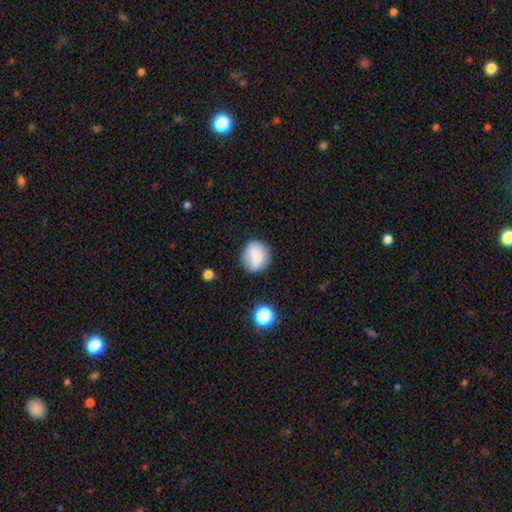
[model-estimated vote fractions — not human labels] The model was most divided on "how rounded": round: 75%, in between: 24%, cigar-shaped: 1%. More confident: merging — none (77%); smooth or featured — smooth (76%).